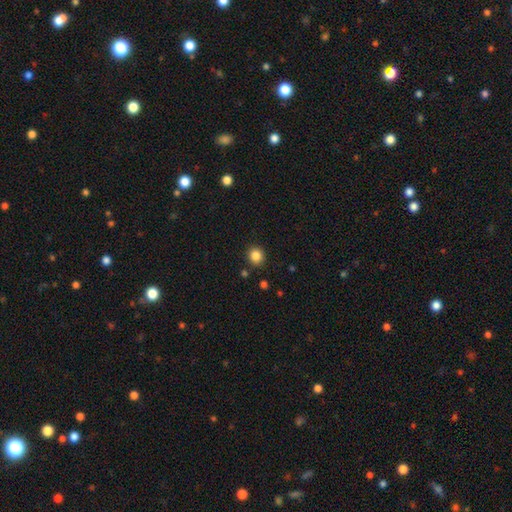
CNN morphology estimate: smooth_or_featured: smooth (p=0.85) [alt: star or artifact p=0.11]
how_rounded: round (p=0.86) [alt: in between p=0.13]
merging: none (p=0.88) [alt: minor disturbance p=0.07]